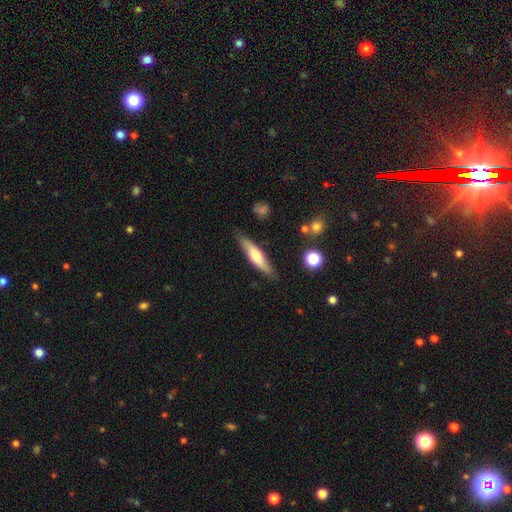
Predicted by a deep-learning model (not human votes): smooth-or-featured: smooth: 54% | featured or disk: 40% | star or artifact: 6%
  how-rounded: cigar-shaped: 80% | in between: 18% | round: 2%
  merging: none: 82% | minor disturbance: 14% | major disturbance: 2% | merger: 2%